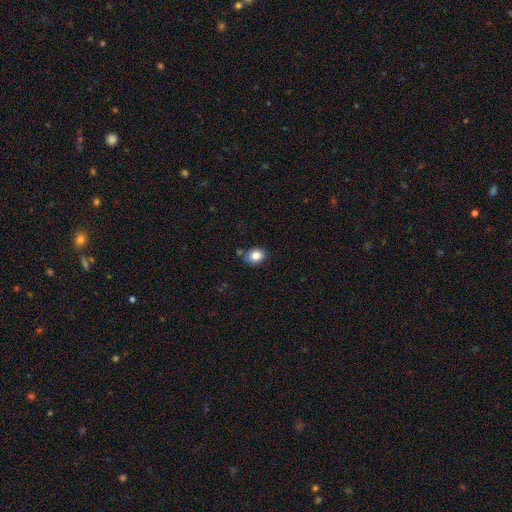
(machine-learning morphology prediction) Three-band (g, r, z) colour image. It shows a smooth galaxy with no disk features (84%) that is round (54%). Merging: none (73%).